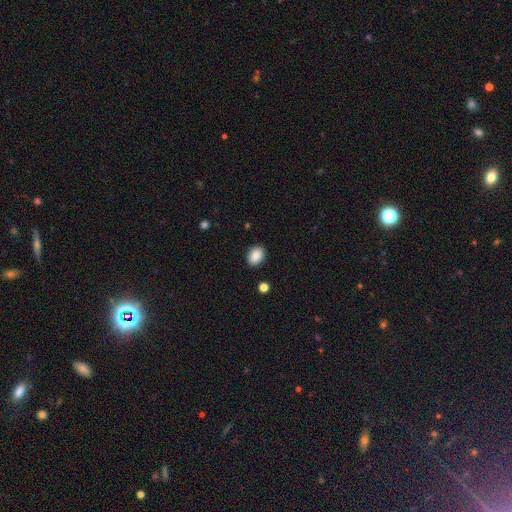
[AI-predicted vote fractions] A smooth galaxy with no disk features (89%) that is in between round and cigar-shaped (78%). Merging: none (89%).